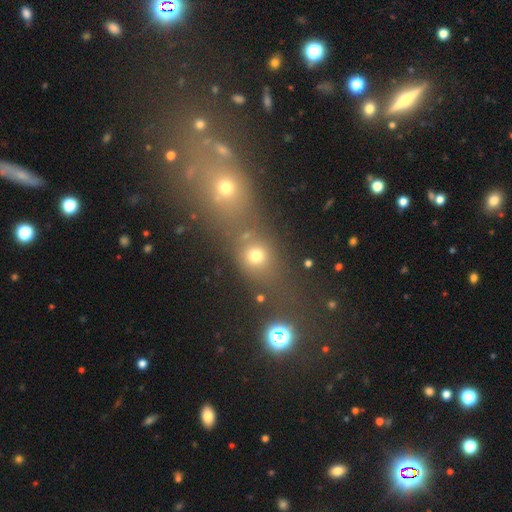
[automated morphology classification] Smooth or featured?
  - smooth: 69% *
  - star or artifact: 20%
  - featured or disk: 11%
How rounded?
  - round: 66% *
  - in between: 31%
  - cigar-shaped: 2%
Merging?
  - none: 48% *
  - merger: 35%
  - minor disturbance: 10%
  - major disturbance: 7%